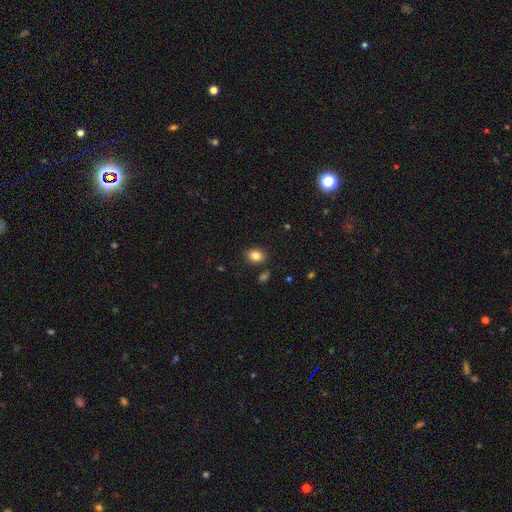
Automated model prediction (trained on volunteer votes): Smooth or featured? smooth (84%)
How rounded? in between (61%)
Merging? none (84%)